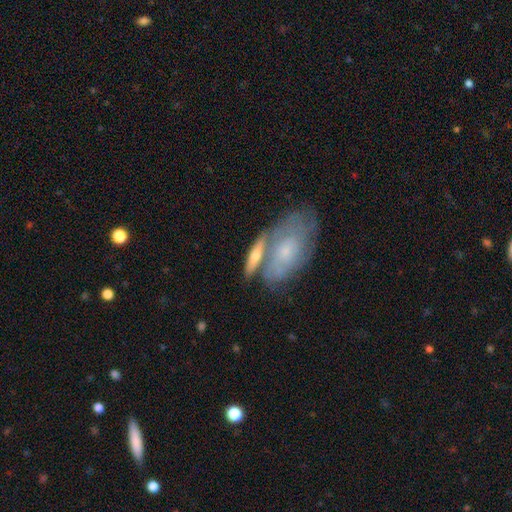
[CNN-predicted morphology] type=smooth (50%); merging=none (46%).